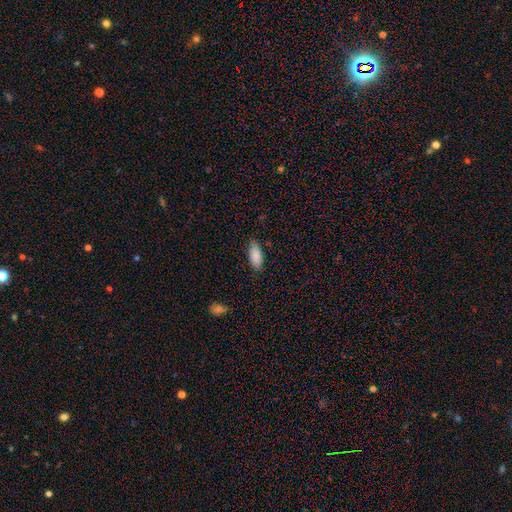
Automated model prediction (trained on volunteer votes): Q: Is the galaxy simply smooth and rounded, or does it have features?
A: smooth — 88%.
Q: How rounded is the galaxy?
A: in between — 84%.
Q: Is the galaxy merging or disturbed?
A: none — 79%.